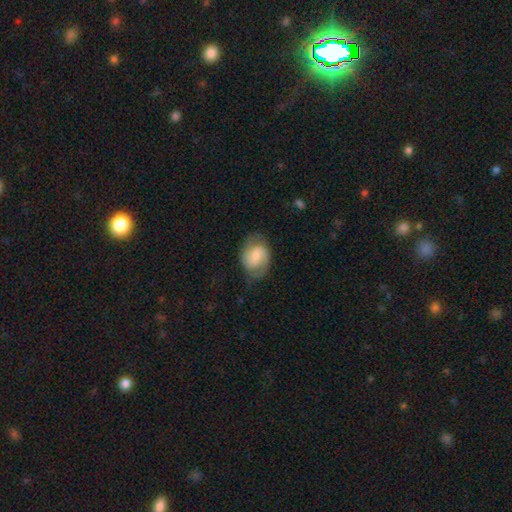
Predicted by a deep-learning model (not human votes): smooth-or-featured: featured or disk: 56% | smooth: 38% | star or artifact: 7%
  disk-edge-on: no: 97% | yes: 3%
    bar: weak: 45% | no: 43% | strong: 12%
    has-spiral-arms: yes: 89% | no: 11%
    bulge-size: small: 40% | moderate: 37% | none: 11% | large: 10% | dominant: 2%
  merging: none: 67% | minor disturbance: 22% | major disturbance: 10% | merger: 1%